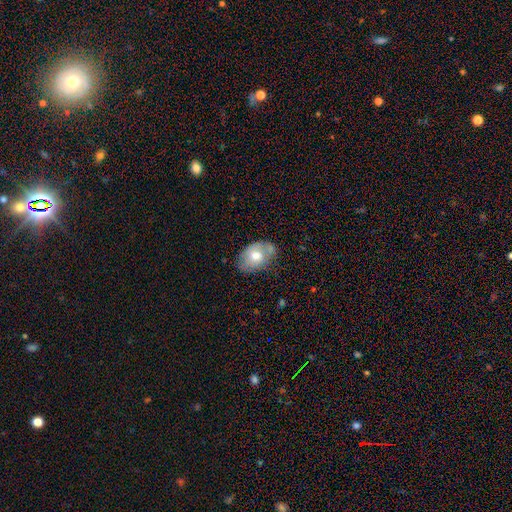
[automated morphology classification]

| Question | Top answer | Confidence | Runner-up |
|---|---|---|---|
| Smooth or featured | smooth | 61% | featured or disk (32%) |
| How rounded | in between | 84% | round (14%) |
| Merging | none | 65% | minor disturbance (25%) |